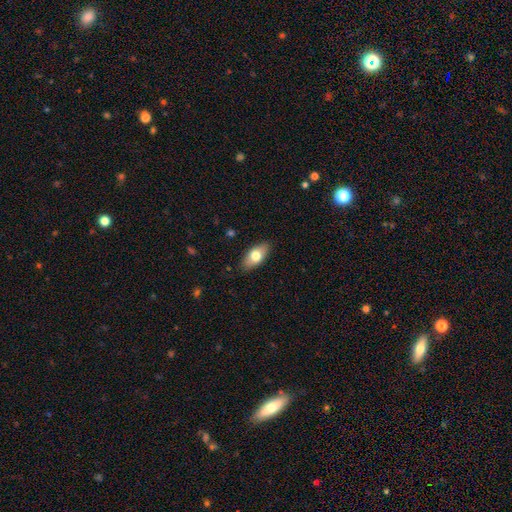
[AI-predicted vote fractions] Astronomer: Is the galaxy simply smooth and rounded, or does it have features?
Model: smooth — 73%.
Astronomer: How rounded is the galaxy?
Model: in between — 90%.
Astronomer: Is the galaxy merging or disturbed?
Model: none — 86%.